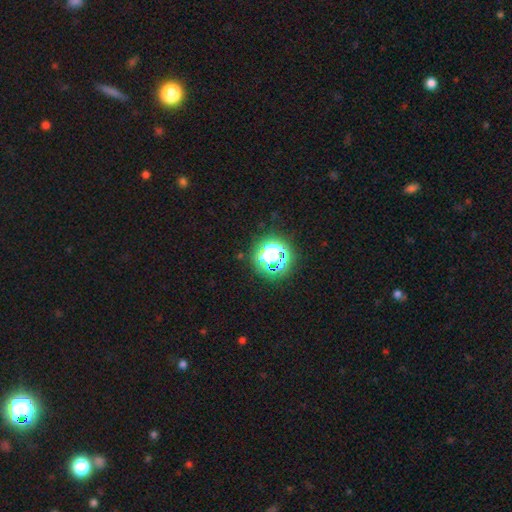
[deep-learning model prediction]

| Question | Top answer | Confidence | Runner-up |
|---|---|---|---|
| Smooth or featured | star or artifact | 78% | smooth (16%) |